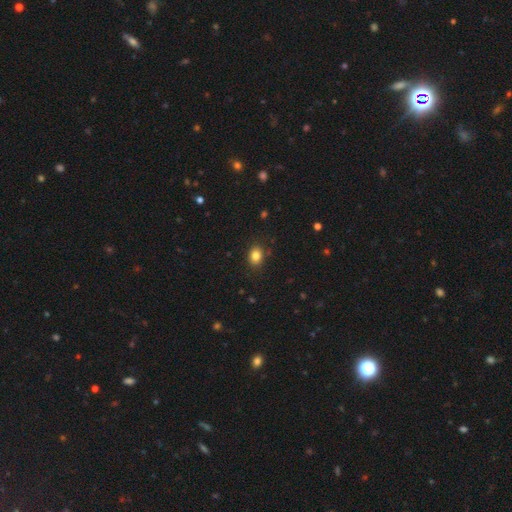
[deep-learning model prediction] A smooth galaxy with no disk features (83%) that is in between round and cigar-shaped (64%).

Vote fractions:
- Smooth or featured? smooth: 83% / star or artifact: 11% / featured or disk: 6%
- How rounded? in between: 64% / round: 35% / cigar-shaped: 1%
- Merging? none: 86% / minor disturbance: 10% / major disturbance: 3% / merger: 1%